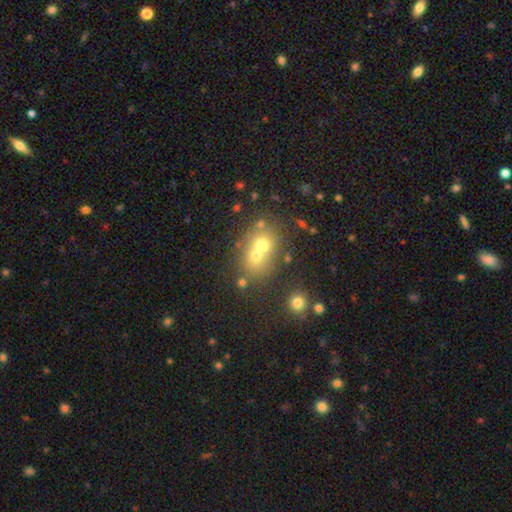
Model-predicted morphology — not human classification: Overall: smooth (60%; featured or disk 23%). How rounded: round (64%; in between 35%). Merging: merger (55%; none 33%).